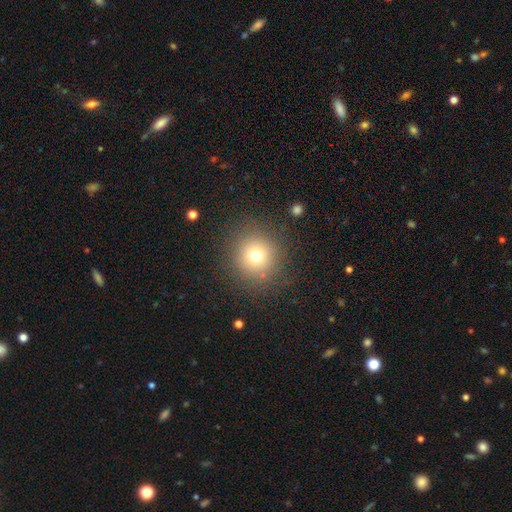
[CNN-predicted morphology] This is likely a smooth galaxy (72%). How rounded: clearly round (92%). Merging: clearly none (85%).